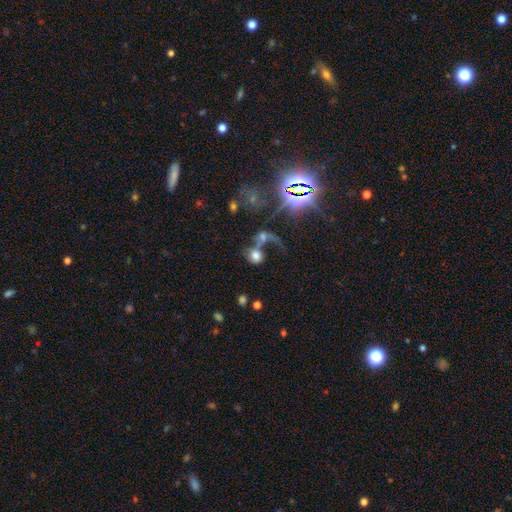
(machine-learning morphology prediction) This appears to be a smooth galaxy with no disk features (58%) that is round (63%). Merging: merger (50%).